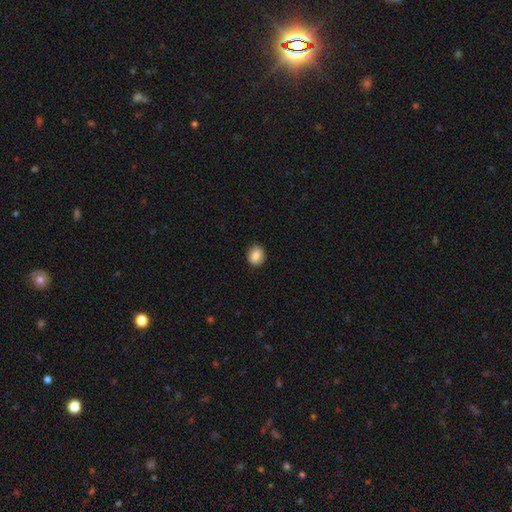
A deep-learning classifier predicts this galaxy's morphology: This is clearly a smooth galaxy (85%). How rounded: likely round (65%). Merging: clearly none (89%).